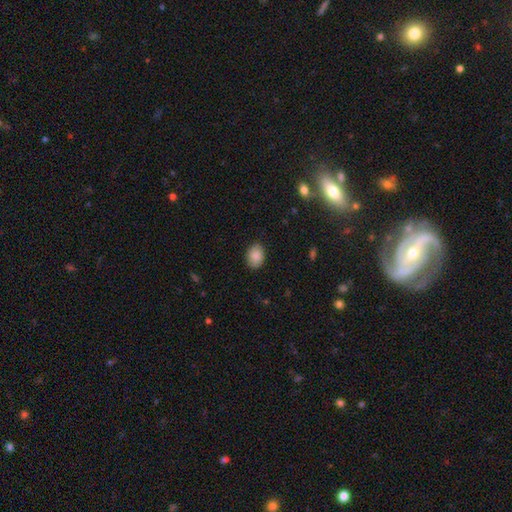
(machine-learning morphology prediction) This appears to be a smooth galaxy with no disk features (88%) that is in between round and cigar-shaped (72%). Merging: none (85%).